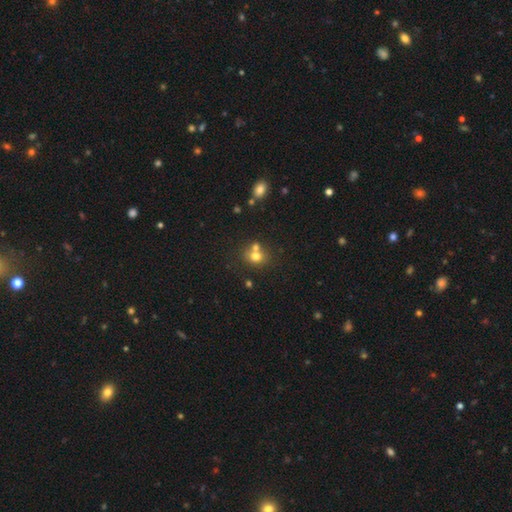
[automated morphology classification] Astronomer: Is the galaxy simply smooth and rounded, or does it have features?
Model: smooth — 72%.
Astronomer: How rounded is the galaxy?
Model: round — 66%.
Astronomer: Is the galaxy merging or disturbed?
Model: none — 48% (runner-up: merger, 38%).